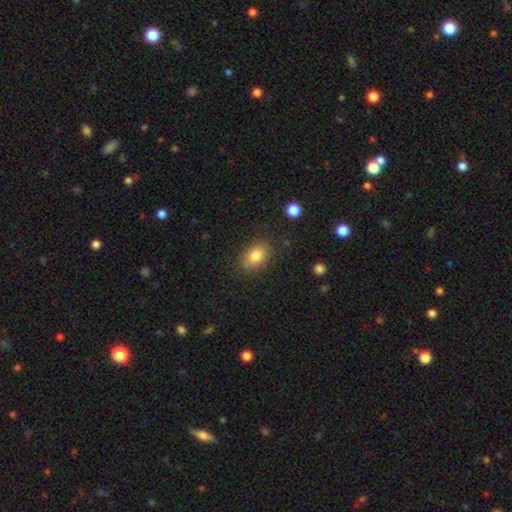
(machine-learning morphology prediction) A smooth galaxy with no disk features (82%) that is in between round and cigar-shaped (80%).

Vote fractions:
- Smooth or featured? smooth: 82% / featured or disk: 9% / star or artifact: 9%
- How rounded? in between: 80% / round: 18% / cigar-shaped: 2%
- Merging? none: 80% / minor disturbance: 14% / major disturbance: 4% / merger: 2%